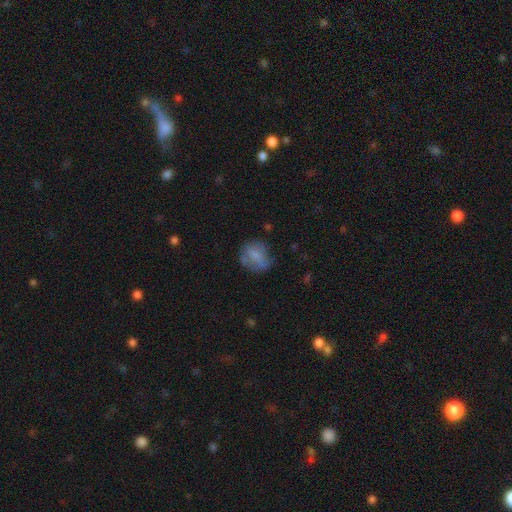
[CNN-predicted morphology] Smooth or featured? Predicted: smooth (p=0.63). How rounded? Predicted: round (p=0.63). Merging? Predicted: none (p=0.54).